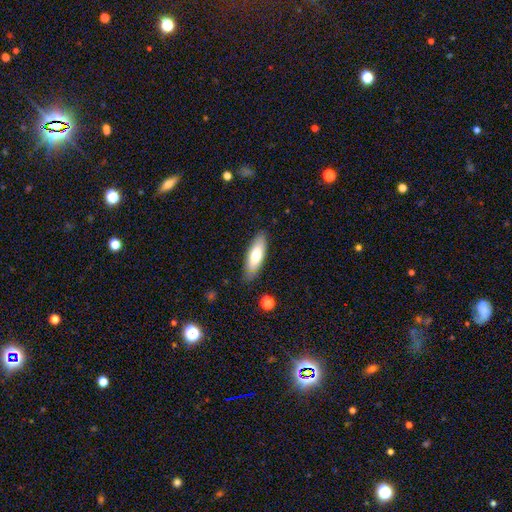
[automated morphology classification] This is likely a smooth galaxy (71%). How rounded: possibly in between (60%). Merging: clearly none (83%).